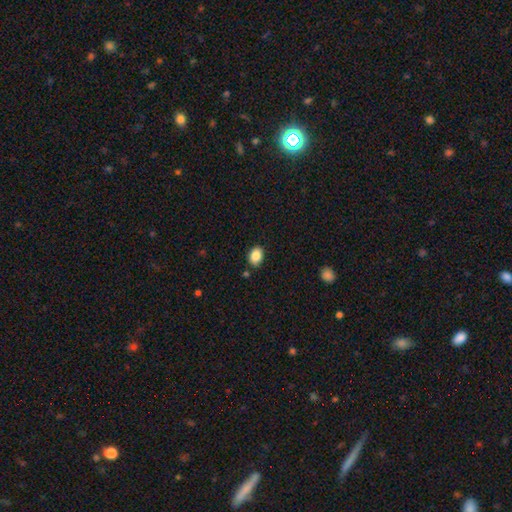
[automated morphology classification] type=smooth (87%); roundness=in between (73%); merging=none (85%).